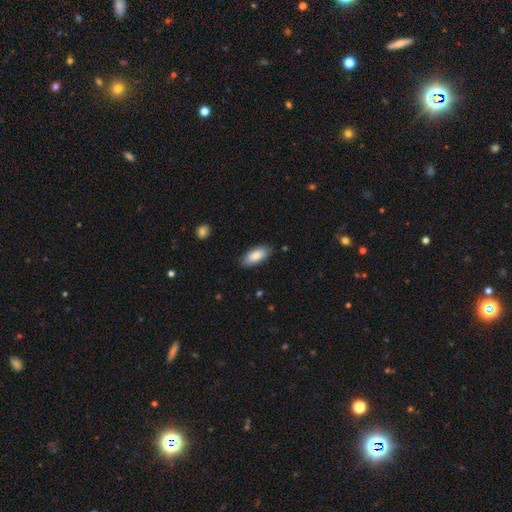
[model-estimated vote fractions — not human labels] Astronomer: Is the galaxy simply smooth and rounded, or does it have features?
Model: smooth — 85%.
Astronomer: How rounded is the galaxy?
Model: in between — 82%.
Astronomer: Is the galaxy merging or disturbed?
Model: none — 86%.